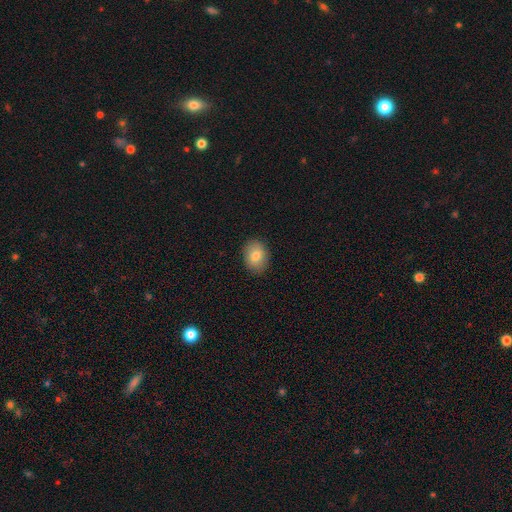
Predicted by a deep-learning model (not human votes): smooth-or-featured: smooth: 80% | featured or disk: 12% | star or artifact: 8%
  how-rounded: in between: 66% | round: 33% | cigar-shaped: 1%
  merging: none: 88% | minor disturbance: 9% | major disturbance: 2% | merger: 1%